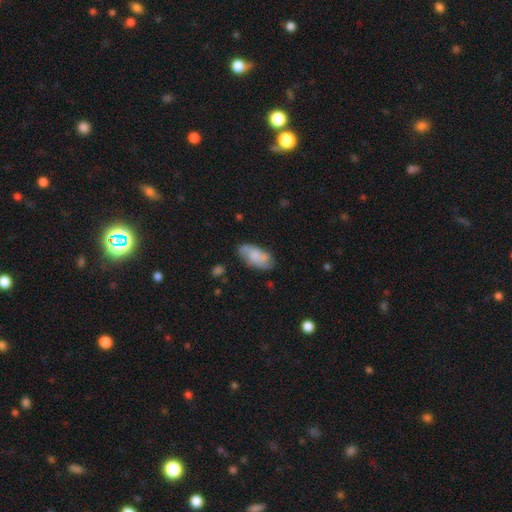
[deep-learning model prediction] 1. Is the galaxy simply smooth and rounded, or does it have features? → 62% smooth, 31% featured or disk, 7% star or artifact.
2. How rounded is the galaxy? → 91% in between, 6% cigar-shaped, 3% round.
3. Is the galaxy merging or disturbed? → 66% none, 24% minor disturbance, 7% major disturbance, 3% merger.